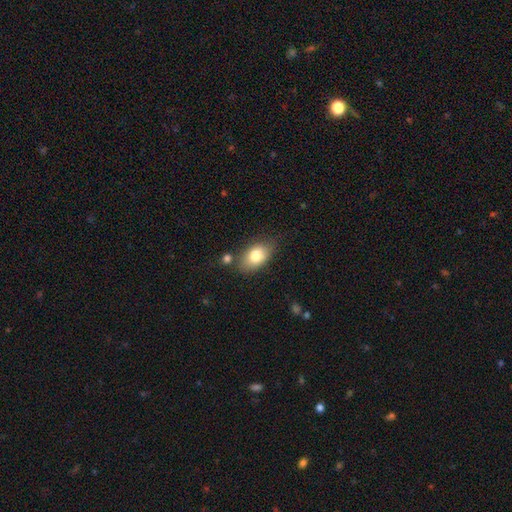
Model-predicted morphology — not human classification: Smooth or featured? smooth (78%)
How rounded? in between (87%)
Merging? none (73%)